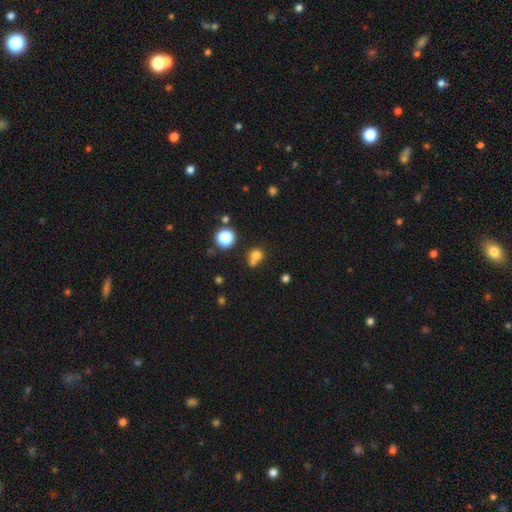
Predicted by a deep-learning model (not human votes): This appears to be a smooth galaxy with no disk features (74%) that is round (79%). Merging: none (44%).